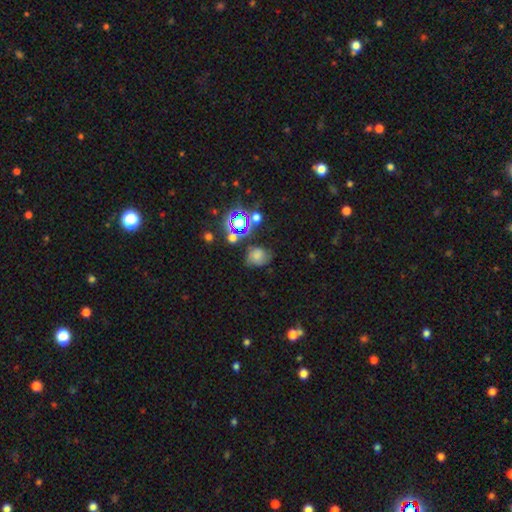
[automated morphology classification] smooth_or_featured: smooth (p=0.44) [alt: star or artifact p=0.29]
merging: none (p=0.60) [alt: minor disturbance p=0.24]